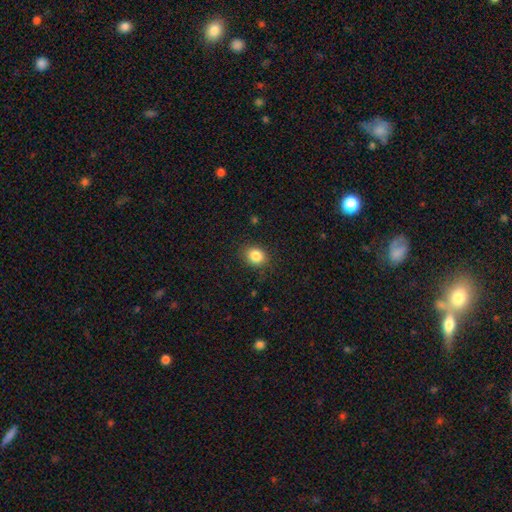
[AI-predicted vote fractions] This appears to be a smooth galaxy with no disk features (84%) that is round (61%). Merging: none (87%).